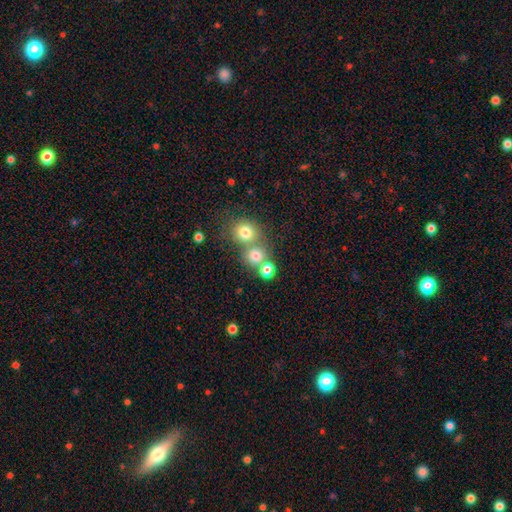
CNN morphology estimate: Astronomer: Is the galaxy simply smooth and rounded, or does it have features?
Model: smooth — 75%.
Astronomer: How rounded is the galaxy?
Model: round — 87%.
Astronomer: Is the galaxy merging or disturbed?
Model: none — 53% (runner-up: merger, 37%).